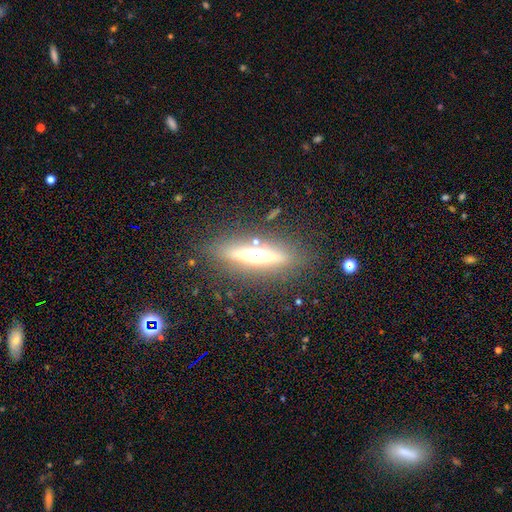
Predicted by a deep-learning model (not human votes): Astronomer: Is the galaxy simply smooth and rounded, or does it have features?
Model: featured or disk — 62%.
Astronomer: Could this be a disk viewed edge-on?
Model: yes — 91%.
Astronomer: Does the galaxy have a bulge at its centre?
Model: rounded — 89%.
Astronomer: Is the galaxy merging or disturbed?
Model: none — 85%.